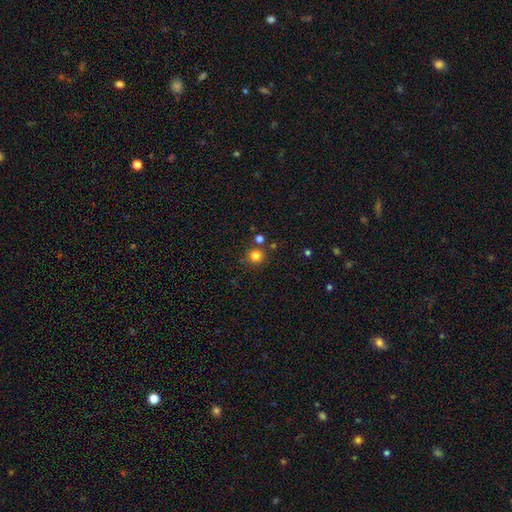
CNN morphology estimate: type=smooth (81%); roundness=round (93%); merging=none (81%).